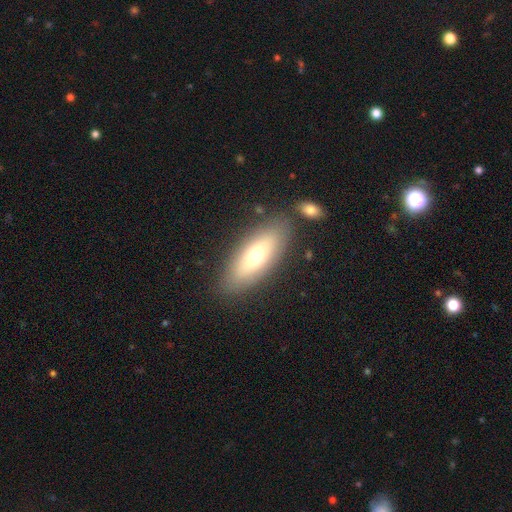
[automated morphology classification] Smooth or featured? Predicted: smooth (p=0.62). How rounded? Predicted: in between (p=0.68). Merging? Predicted: none (p=0.81).